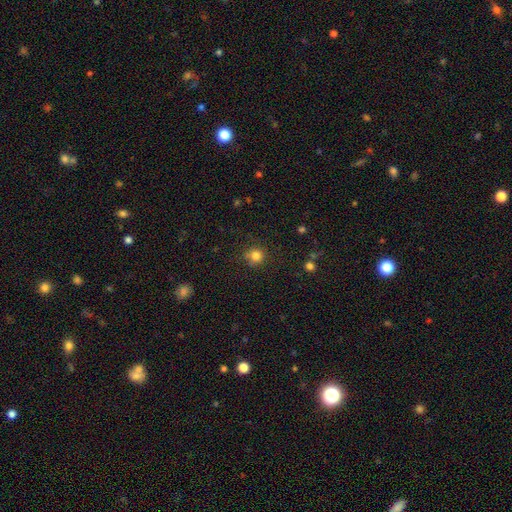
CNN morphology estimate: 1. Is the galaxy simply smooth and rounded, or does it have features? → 82% smooth, 13% star or artifact, 5% featured or disk.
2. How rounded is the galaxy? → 92% round, 7% in between, 1% cigar-shaped.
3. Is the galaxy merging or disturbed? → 80% none, 13% minor disturbance, 4% major disturbance, 3% merger.